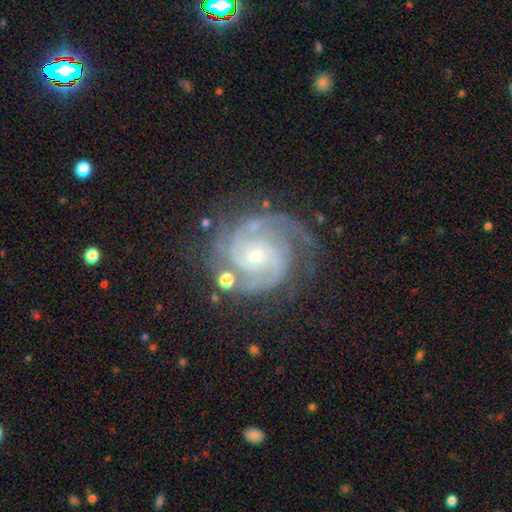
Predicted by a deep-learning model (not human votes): Q: Smooth or featured?
A: featured or disk (91%); runner-up: star or artifact (5%)
Q: Edge-on disk?
A: no (98%); runner-up: yes (2%)
Q: Bar?
A: no (63%); runner-up: weak (29%)
Q: Spiral arms?
A: yes (98%); runner-up: no (2%)
Q: Spiral winding?
A: tight (67%); runner-up: medium (29%)
Q: Spiral arm count?
A: 2 (35%); runner-up: 3 (33%)
Q: Bulge size?
A: small (66%); runner-up: moderate (30%)
Q: Merging?
A: none (70%); runner-up: minor disturbance (18%)